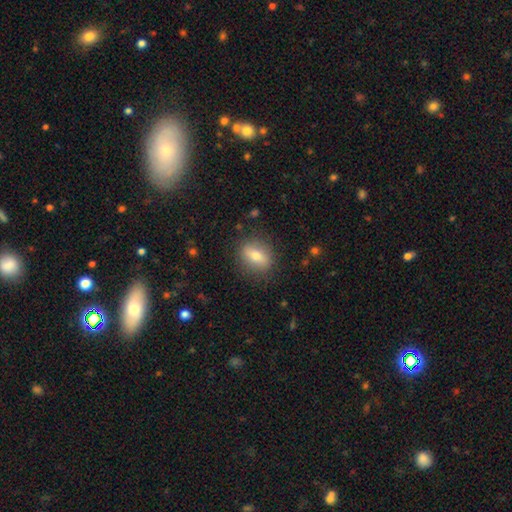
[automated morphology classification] smooth_or_featured: smooth (p=0.66) [alt: featured or disk p=0.25]
how_rounded: in between (p=0.62) [alt: round p=0.32]
merging: none (p=0.85) [alt: minor disturbance p=0.10]